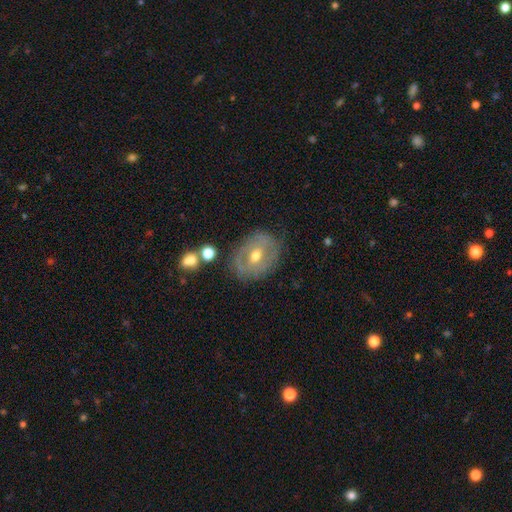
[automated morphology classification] Overall: featured or disk (65%; smooth 28%). Edge-on disk: no (94%). Bar: weak (43%; no 39%). Spiral arms: yes (53%; no 47%). Bulge size: moderate (71%). Merging: none (72%).